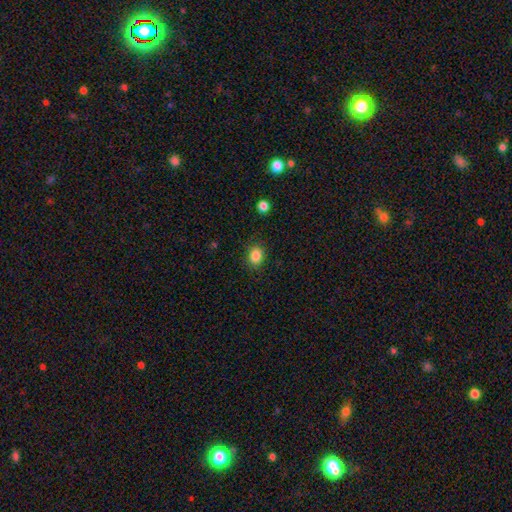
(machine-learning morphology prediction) This appears to be a smooth galaxy with no disk features (85%) that is in between round and cigar-shaped (52%). Merging: none (85%).